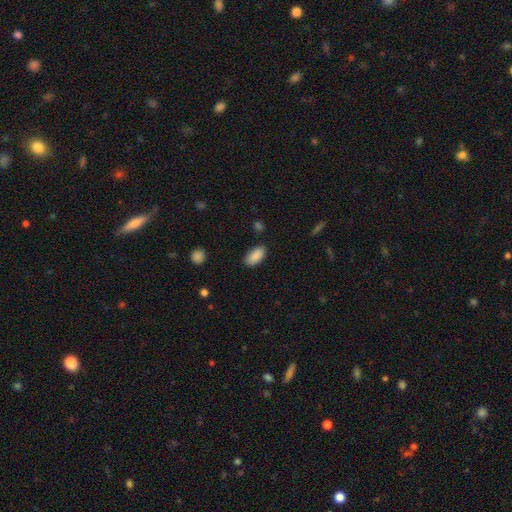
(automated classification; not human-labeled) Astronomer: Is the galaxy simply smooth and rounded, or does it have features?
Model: smooth — 89%.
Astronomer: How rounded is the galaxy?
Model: in between — 93%.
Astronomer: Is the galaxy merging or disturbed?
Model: none — 85%.